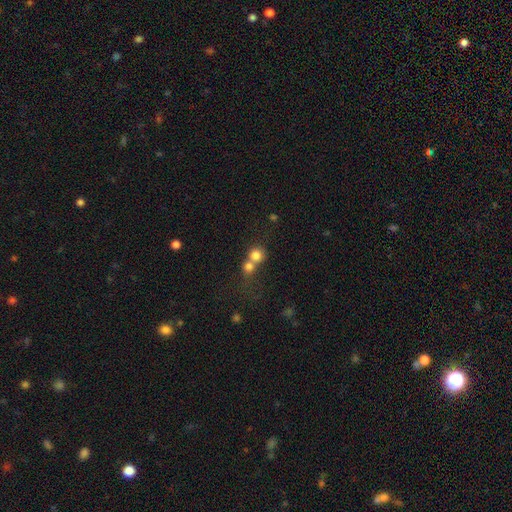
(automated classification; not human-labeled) A smooth galaxy with no disk features (77%) that is round (85%). Merging: merger (54%).